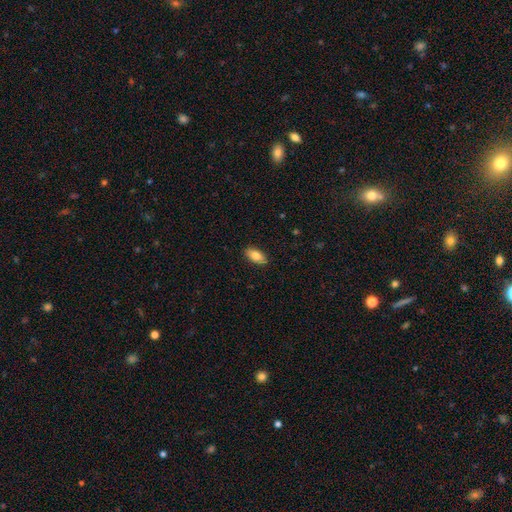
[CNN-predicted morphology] smooth-or-featured: smooth: 82% | featured or disk: 12% | star or artifact: 7%
  how-rounded: in between: 89% | cigar-shaped: 8% | round: 3%
  merging: none: 89% | minor disturbance: 8% | major disturbance: 2% | merger: 1%